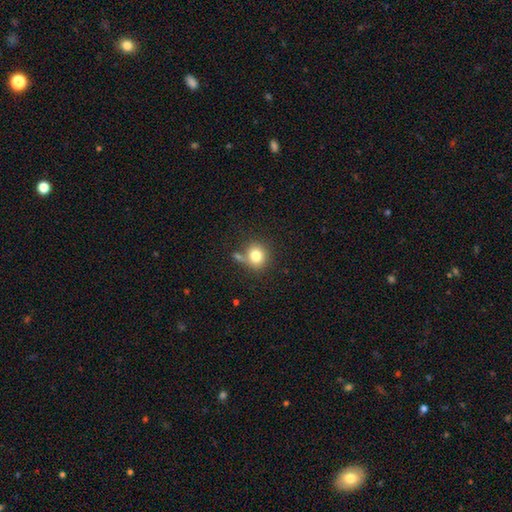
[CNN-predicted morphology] Q: Smooth or featured?
A: smooth (80%); runner-up: star or artifact (11%)
Q: How rounded?
A: round (81%); runner-up: in between (18%)
Q: Merging?
A: none (63%); runner-up: merger (16%)